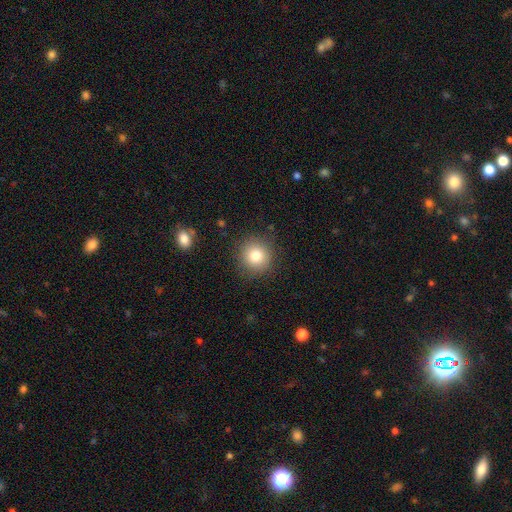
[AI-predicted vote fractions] Smooth or featured?
  - smooth: 80% *
  - star or artifact: 11%
  - featured or disk: 9%
How rounded?
  - round: 93% *
  - in between: 6%
  - cigar-shaped: 1%
Merging?
  - none: 88% *
  - minor disturbance: 8%
  - major disturbance: 3%
  - merger: 1%